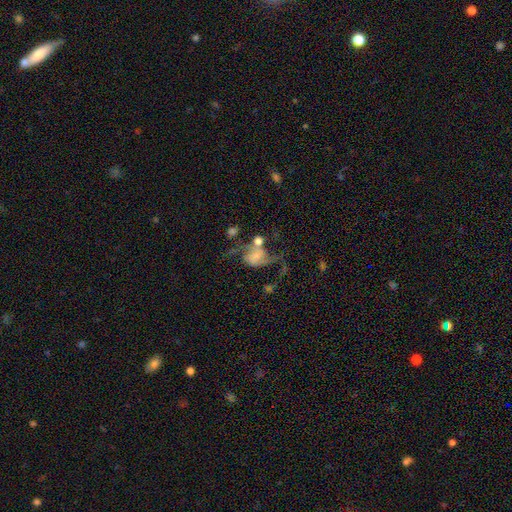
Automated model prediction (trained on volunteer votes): smooth-or-featured: featured or disk: 73% | smooth: 17% | star or artifact: 9%
  disk-edge-on: no: 97% | yes: 3%
    bar: no: 54% | weak: 34% | strong: 11%
    has-spiral-arms: yes: 91% | no: 9%
      spiral-winding: loose: 75% | medium: 21% | tight: 4%
      spiral-arm-count: 2: 89% | 1: 3% | can't tell: 3% | 3: 2% | 4: 1% | more than 4: 1%
    bulge-size: small: 35% | none: 26% | moderate: 24% | large: 11% | dominant: 5%
  merging: none: 36% | major disturbance: 26% | merger: 22% | minor disturbance: 16%